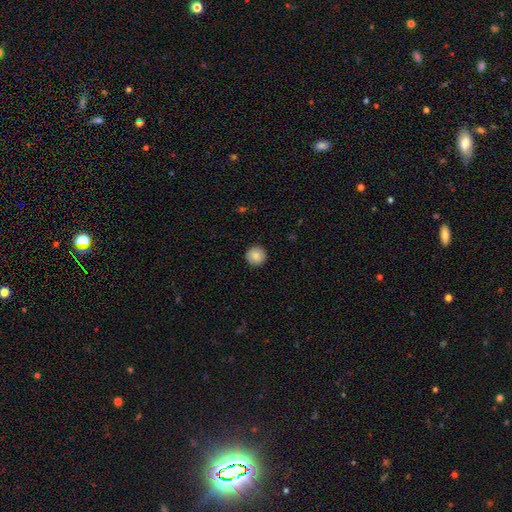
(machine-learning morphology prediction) Q: Smooth or featured?
A: smooth (87%); runner-up: star or artifact (8%)
Q: How rounded?
A: round (95%); runner-up: in between (4%)
Q: Merging?
A: none (92%); runner-up: minor disturbance (5%)